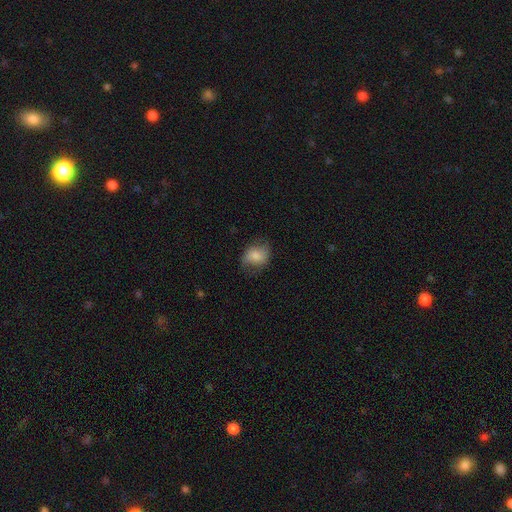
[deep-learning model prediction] Smooth or featured: smooth — 63% (featured or disk — 29%)
How rounded: in between — 52% (round — 47%)
Merging: none — 66% (minor disturbance — 24%)